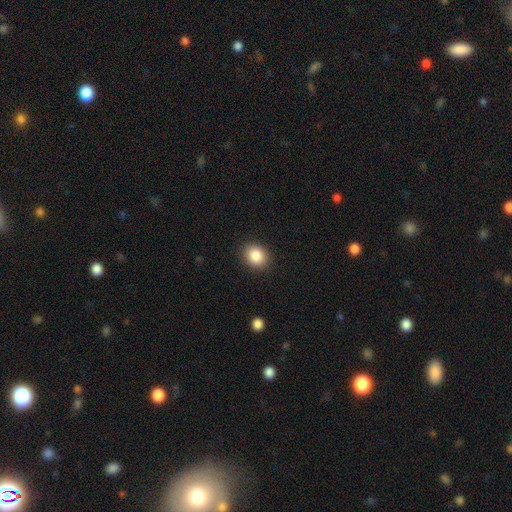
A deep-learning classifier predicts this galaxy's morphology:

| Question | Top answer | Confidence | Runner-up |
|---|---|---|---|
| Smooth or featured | smooth | 87% | star or artifact (9%) |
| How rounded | round | 57% | in between (42%) |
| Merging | none | 89% | minor disturbance (8%) |